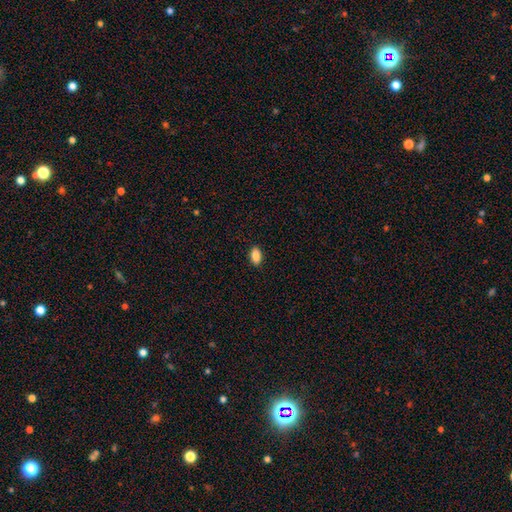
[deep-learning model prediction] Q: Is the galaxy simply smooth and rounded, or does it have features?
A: smooth — 88%.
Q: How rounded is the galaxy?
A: in between — 90%.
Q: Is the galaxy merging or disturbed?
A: none — 90%.